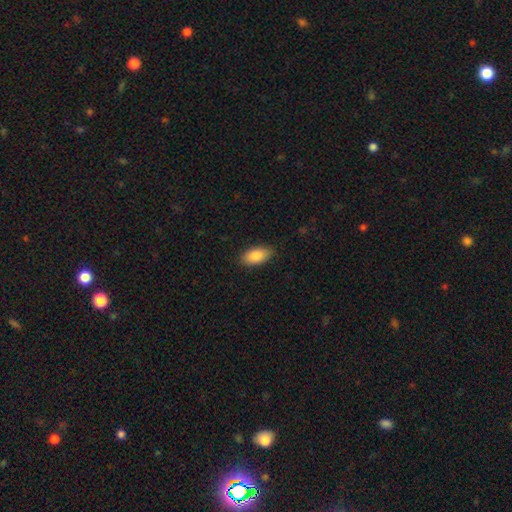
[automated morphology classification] smooth_or_featured: smooth (p=0.88) [alt: star or artifact p=0.06]
how_rounded: in between (p=0.93) [alt: cigar-shaped p=0.05]
merging: none (p=0.85) [alt: minor disturbance p=0.12]